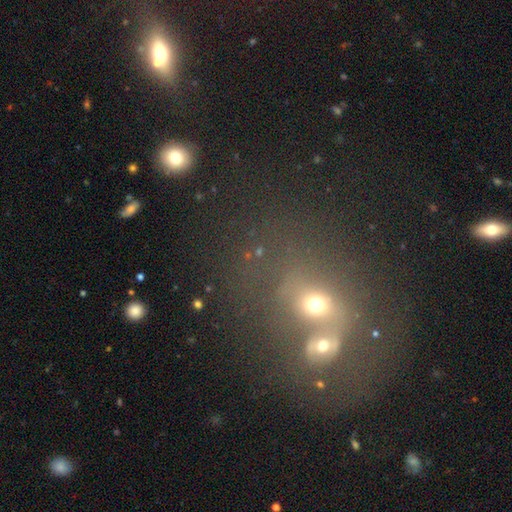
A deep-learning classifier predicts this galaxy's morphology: This is possibly a smooth galaxy (46%). Merging: possibly merger (54%).